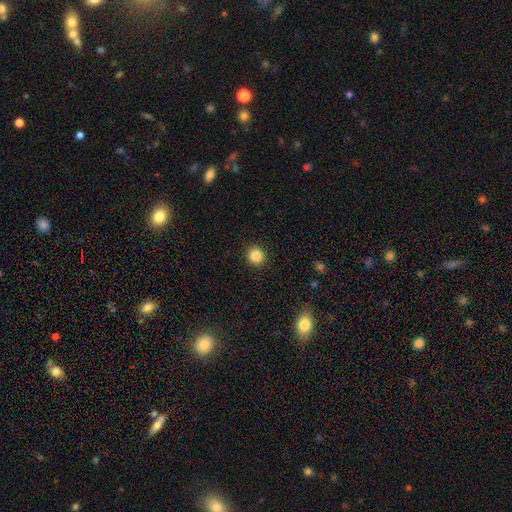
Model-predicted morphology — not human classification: Smooth or featured?
  - smooth: 86% *
  - star or artifact: 11%
  - featured or disk: 4%
How rounded?
  - round: 91% *
  - in between: 8%
  - cigar-shaped: 1%
Merging?
  - none: 92% *
  - minor disturbance: 5%
  - major disturbance: 2%
  - merger: 1%